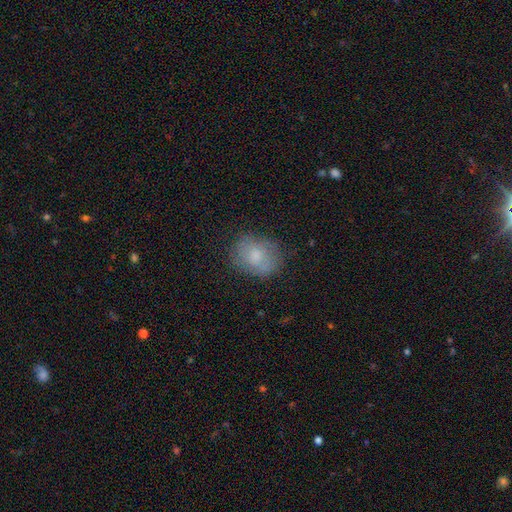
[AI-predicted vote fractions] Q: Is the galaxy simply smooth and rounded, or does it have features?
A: smooth — 69%.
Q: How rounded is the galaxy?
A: in between — 50%.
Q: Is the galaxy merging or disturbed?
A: none — 73%.